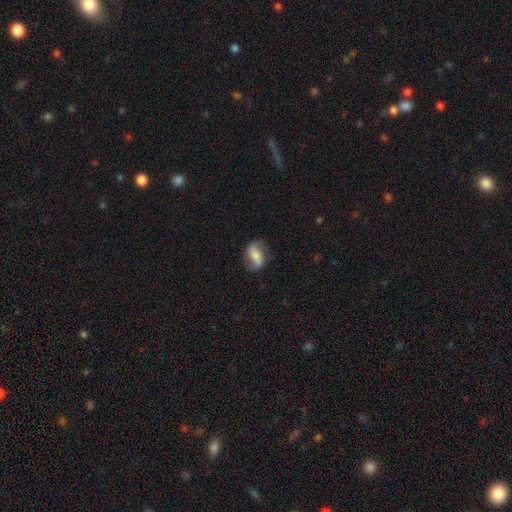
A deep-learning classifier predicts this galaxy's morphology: type=featured or disk (46%, tied with smooth); merging=none (71%).